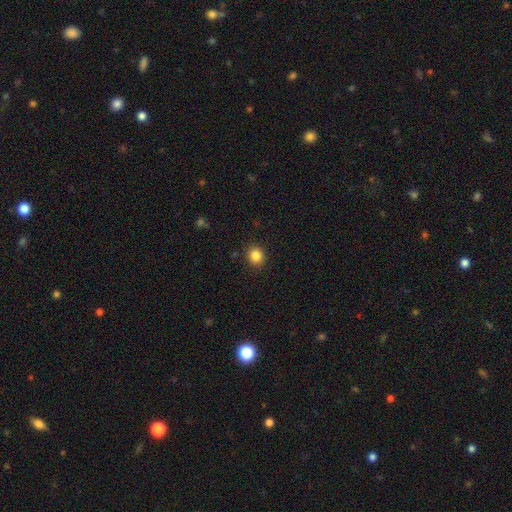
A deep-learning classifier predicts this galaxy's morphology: Q: Smooth or featured?
A: smooth (85%); runner-up: star or artifact (11%)
Q: How rounded?
A: round (83%); runner-up: in between (16%)
Q: Merging?
A: none (91%); runner-up: minor disturbance (6%)